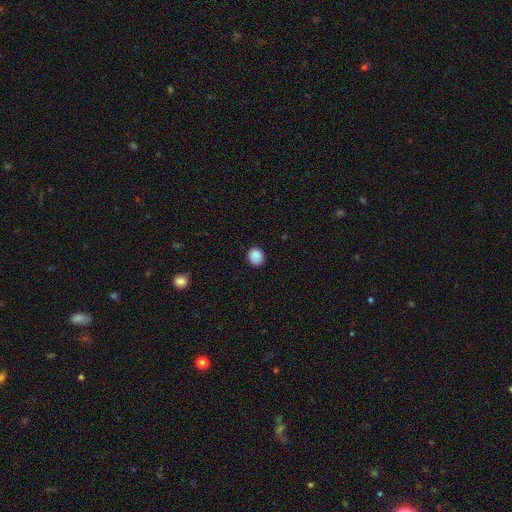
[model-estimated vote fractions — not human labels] Smooth or featured: smooth — 88% (star or artifact — 9%)
How rounded: round — 72% (in between — 27%)
Merging: none — 87% (minor disturbance — 10%)